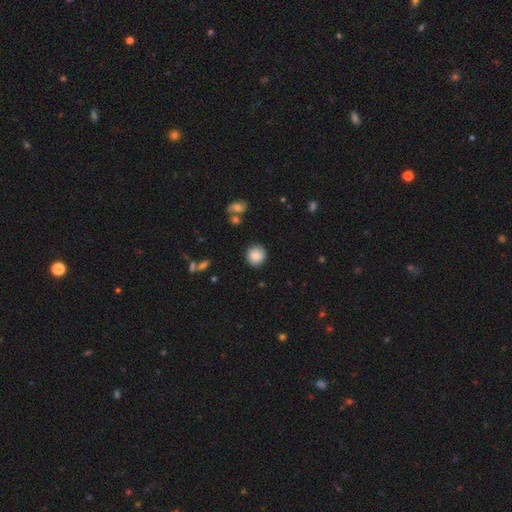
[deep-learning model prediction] Smooth or featured? smooth (84%)
How rounded? round (91%)
Merging? none (86%)